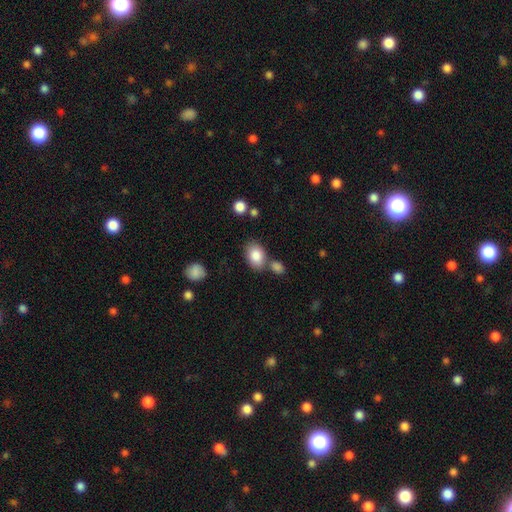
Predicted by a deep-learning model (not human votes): smooth_or_featured: smooth (p=0.85) [alt: featured or disk p=0.08]
how_rounded: in between (p=0.79) [alt: round p=0.20]
merging: none (p=0.63) [alt: merger p=0.19]